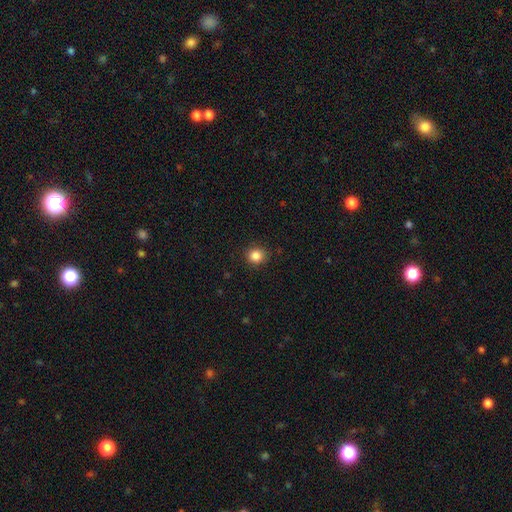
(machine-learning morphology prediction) Overall: smooth (85%). How rounded: round (88%). Merging: none (90%).